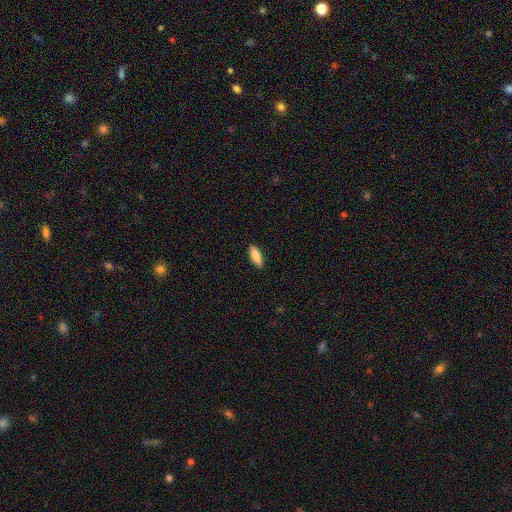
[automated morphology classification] The model was most divided on "how rounded": in between: 70%, cigar-shaped: 28%, round: 2%. More confident: merging — none (90%); smooth or featured — smooth (81%).